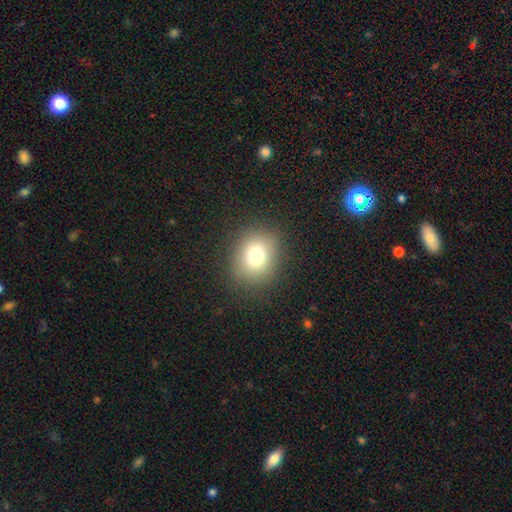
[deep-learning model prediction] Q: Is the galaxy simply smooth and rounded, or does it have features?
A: smooth — 76%.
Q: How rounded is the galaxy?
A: round — 65%.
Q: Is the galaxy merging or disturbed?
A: none — 86%.